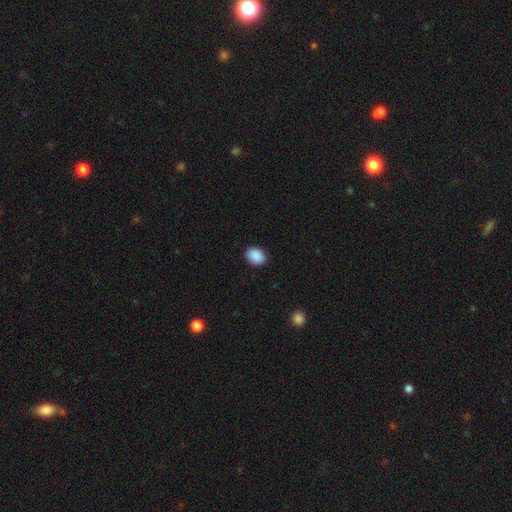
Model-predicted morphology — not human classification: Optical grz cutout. It shows a smooth galaxy with no disk features (90%) that is in between round and cigar-shaped (71%). Merging: none (89%).